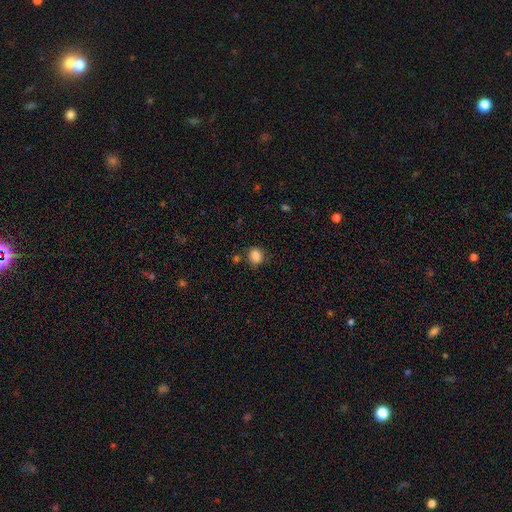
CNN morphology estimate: Q: Smooth or featured?
A: smooth (86%); runner-up: star or artifact (10%)
Q: How rounded?
A: round (62%); runner-up: in between (37%)
Q: Merging?
A: none (75%); runner-up: minor disturbance (16%)